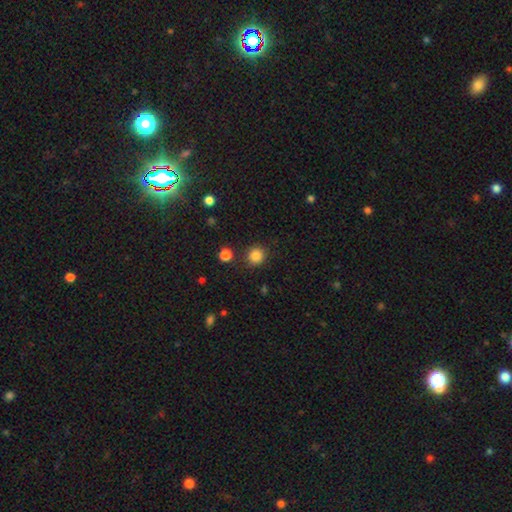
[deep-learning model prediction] Smooth or featured? Predicted: smooth (p=0.85). How rounded? Predicted: round (p=0.89). Merging? Predicted: none (p=0.86).